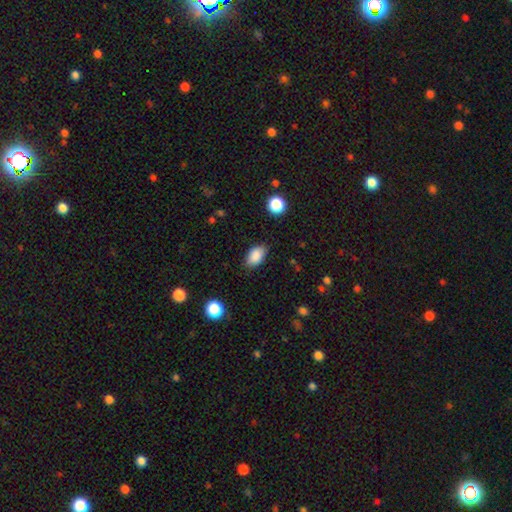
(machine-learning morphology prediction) A smooth galaxy with no disk features (88%) that is in between round and cigar-shaped (90%). Merging: none (82%).